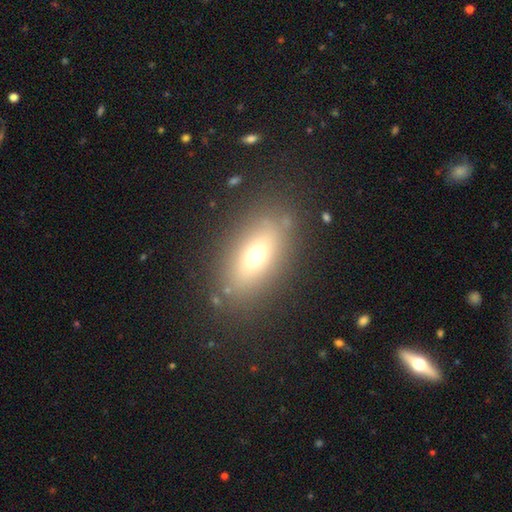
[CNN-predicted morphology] Overall: smooth (65%). How rounded: in between (78%). Merging: none (81%).